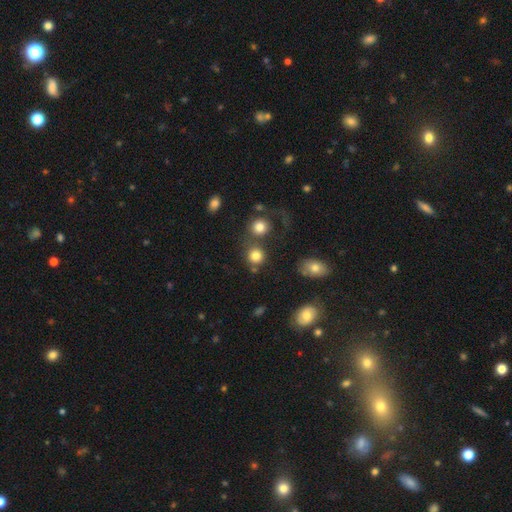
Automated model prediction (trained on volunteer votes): Smooth or featured?
  - smooth: 81% *
  - star or artifact: 11%
  - featured or disk: 8%
How rounded?
  - round: 88% *
  - in between: 11%
  - cigar-shaped: 1%
Merging?
  - none: 63% *
  - merger: 22%
  - minor disturbance: 9%
  - major disturbance: 6%